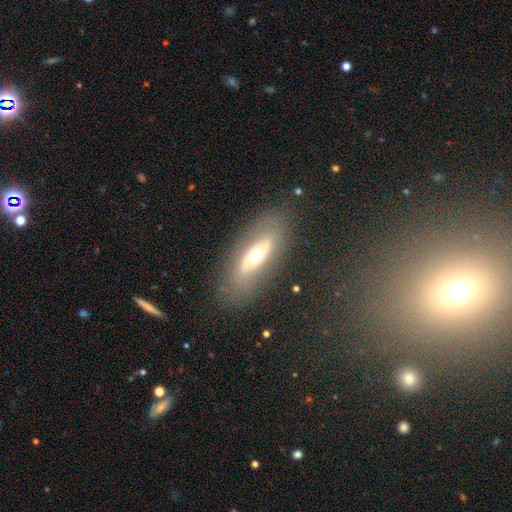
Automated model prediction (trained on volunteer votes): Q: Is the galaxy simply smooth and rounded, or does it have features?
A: featured or disk — 56%.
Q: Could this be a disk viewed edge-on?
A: no — 75%.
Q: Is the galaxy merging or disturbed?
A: none — 78%.